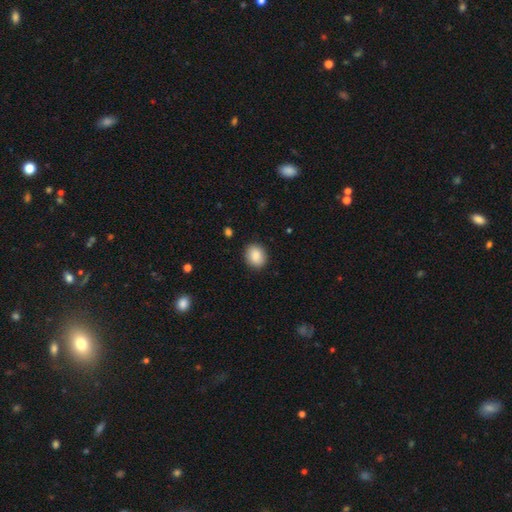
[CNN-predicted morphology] Q: Smooth or featured?
A: smooth (87%); runner-up: star or artifact (8%)
Q: How rounded?
A: round (62%); runner-up: in between (37%)
Q: Merging?
A: none (89%); runner-up: minor disturbance (8%)